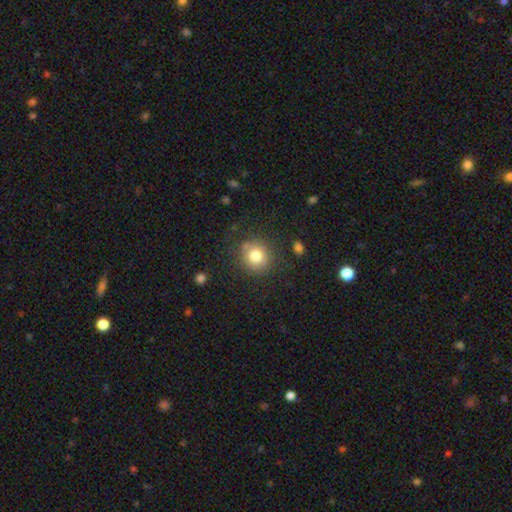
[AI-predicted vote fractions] Q: Smooth or featured?
A: smooth (80%); runner-up: star or artifact (11%)
Q: How rounded?
A: round (87%); runner-up: in between (12%)
Q: Merging?
A: none (81%); runner-up: minor disturbance (12%)